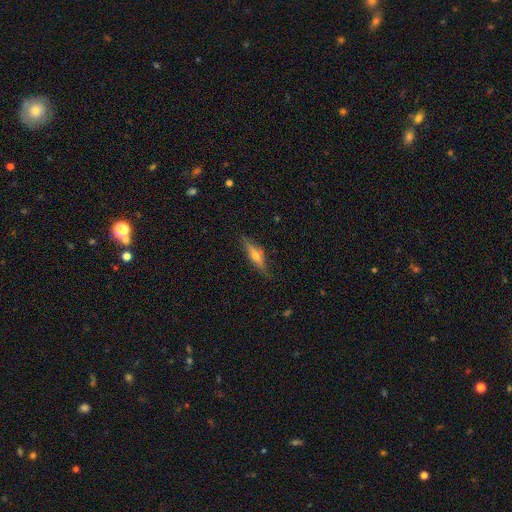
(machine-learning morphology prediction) Q: Smooth or featured?
A: featured or disk (65%); runner-up: smooth (27%)
Q: Edge-on disk?
A: yes (93%); runner-up: no (7%)
Q: Edge-on bulge?
A: rounded (88%); runner-up: boxy (6%)
Q: Merging?
A: none (83%); runner-up: minor disturbance (13%)